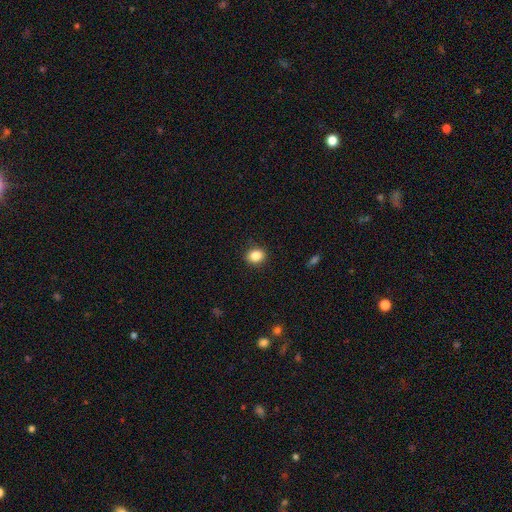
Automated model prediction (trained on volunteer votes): smooth_or_featured: smooth (p=0.86) [alt: star or artifact p=0.10]
how_rounded: round (p=0.62) [alt: in between p=0.37]
merging: none (p=0.89) [alt: minor disturbance p=0.08]